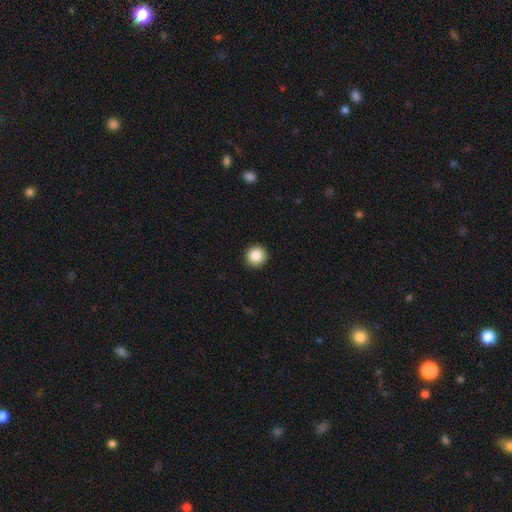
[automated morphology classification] type=smooth (86%); roundness=round (95%); merging=none (93%).